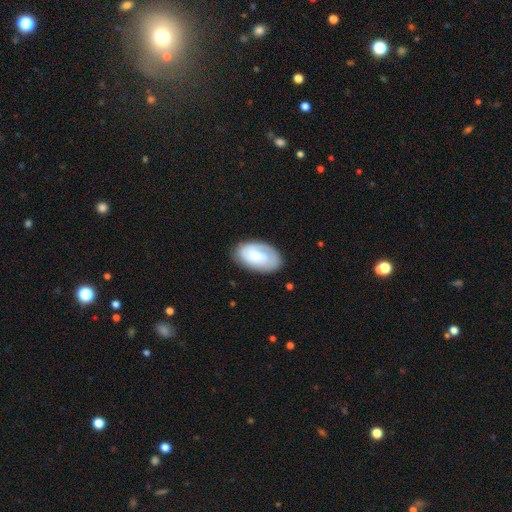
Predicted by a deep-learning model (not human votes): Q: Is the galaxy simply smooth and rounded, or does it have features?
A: smooth — 54%.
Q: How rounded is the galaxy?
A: in between — 93%.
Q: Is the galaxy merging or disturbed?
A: none — 74%.